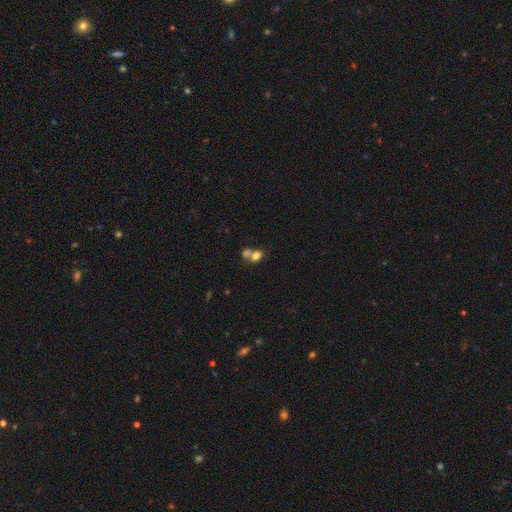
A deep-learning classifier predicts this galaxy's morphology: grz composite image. It shows a smooth galaxy with no disk features (74%) that is round (50%). Merging: merger (56%).